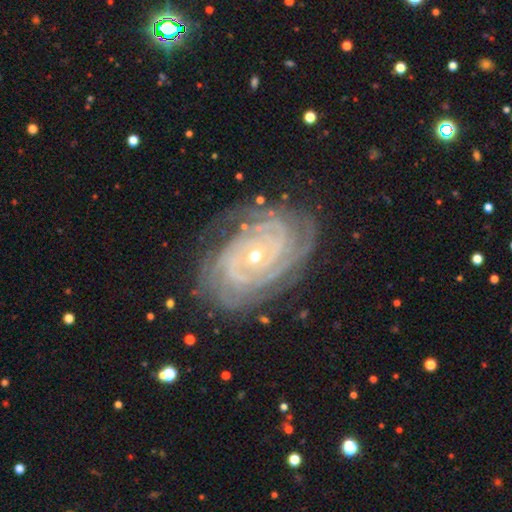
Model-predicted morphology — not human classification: smooth-or-featured: featured or disk: 90% | star or artifact: 6% | smooth: 4%
  disk-edge-on: no: 96% | yes: 4%
    bar: no: 68% | weak: 21% | strong: 11%
    has-spiral-arms: yes: 98% | no: 2%
      spiral-winding: tight: 84% | medium: 13% | loose: 2%
      spiral-arm-count: 2: 21% | can't tell: 20% | 3: 20% | 4: 20% | more than 4: 12% | 1: 7%
    bulge-size: small: 74% | moderate: 23% | large: 1% | none: 1% | dominant: 1%
  merging: none: 78% | minor disturbance: 15% | major disturbance: 5% | merger: 1%